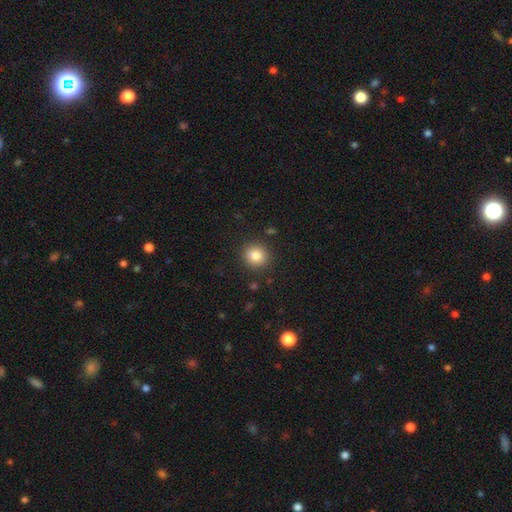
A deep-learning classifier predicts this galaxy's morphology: This appears to be a smooth galaxy with no disk features (83%) that is round (90%). Merging: none (89%).